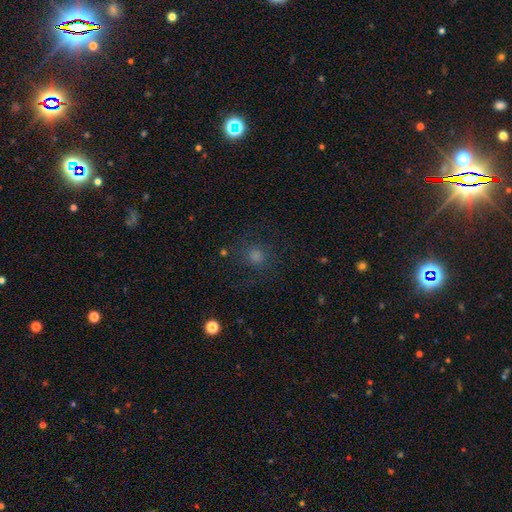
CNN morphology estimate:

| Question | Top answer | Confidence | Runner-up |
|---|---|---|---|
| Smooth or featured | smooth | 52% | star or artifact (32%) |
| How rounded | round | 88% | in between (11%) |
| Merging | none | 77% | minor disturbance (12%) |